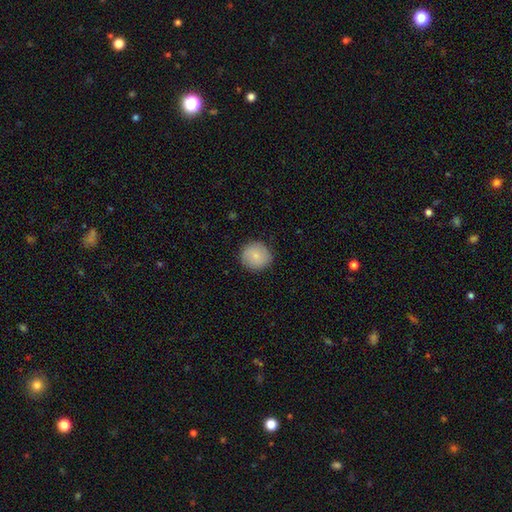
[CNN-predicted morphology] type=smooth (84%); roundness=round (90%); merging=none (88%).